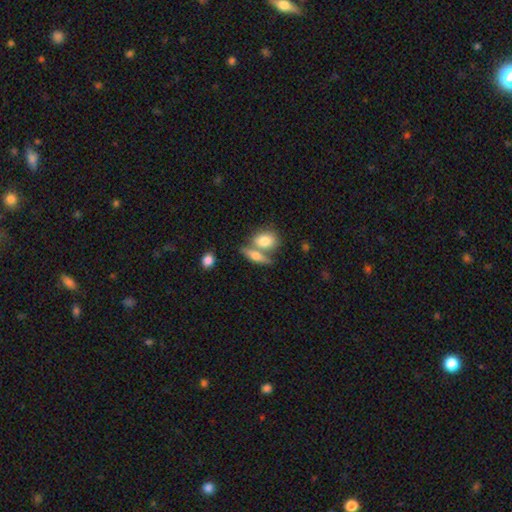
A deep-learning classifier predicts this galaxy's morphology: Q: Smooth or featured?
A: smooth (63%); runner-up: featured or disk (30%)
Q: How rounded?
A: in between (56%); runner-up: cigar-shaped (32%)
Q: Merging?
A: none (46%); runner-up: merger (41%)